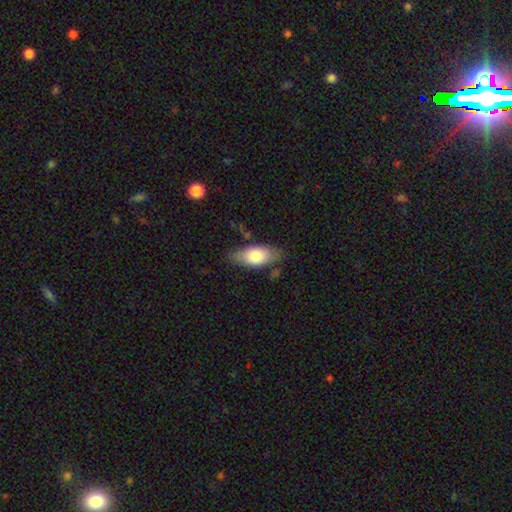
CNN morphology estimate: The model was most divided on "merging": none: 73%, minor disturbance: 20%, major disturbance: 5%, merger: 3%. More confident: how rounded — in between (89%); smooth or featured — smooth (75%).